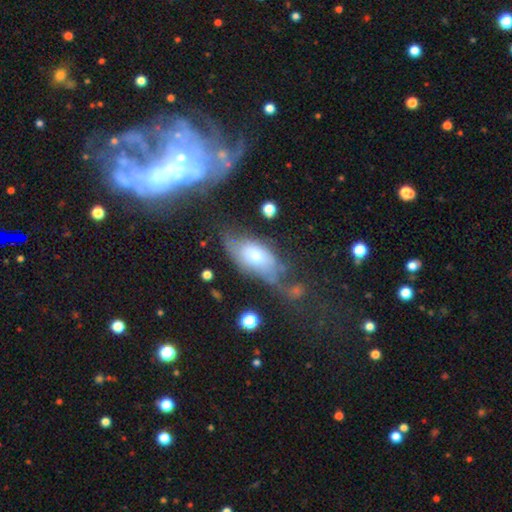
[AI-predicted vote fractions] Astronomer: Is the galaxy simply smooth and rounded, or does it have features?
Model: smooth — 53% (runner-up: featured or disk, 37%).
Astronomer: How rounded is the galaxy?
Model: in between — 88%.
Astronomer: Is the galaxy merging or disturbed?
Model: none — 34% (runner-up: major disturbance, 29%).